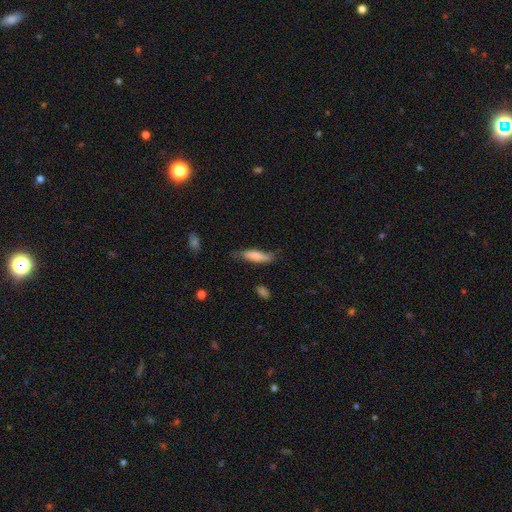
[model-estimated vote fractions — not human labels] Smooth or featured? smooth (72%)
How rounded? cigar-shaped (66%)
Merging? none (61%)